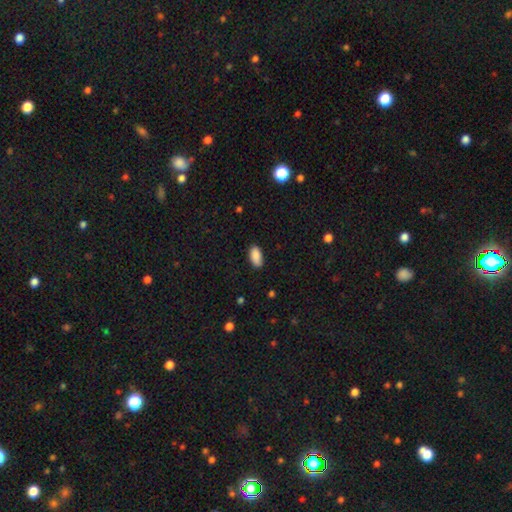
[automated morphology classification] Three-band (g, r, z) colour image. It shows a smooth galaxy with no disk features (89%) that is in between round and cigar-shaped (92%). Merging: none (85%).